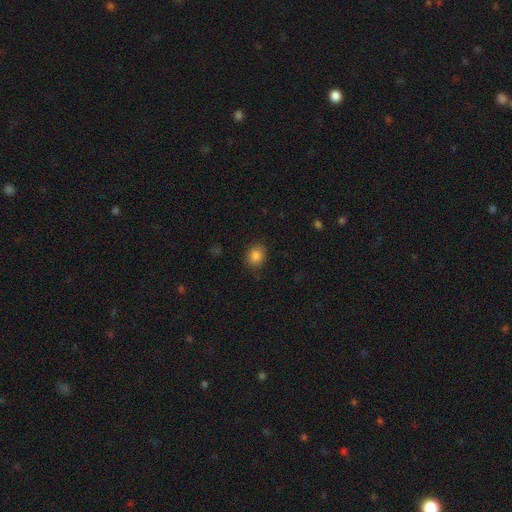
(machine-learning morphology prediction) The model was most divided on "how rounded": round: 60%, in between: 39%, cigar-shaped: 1%. More confident: smooth or featured — smooth (85%); merging — none (84%).